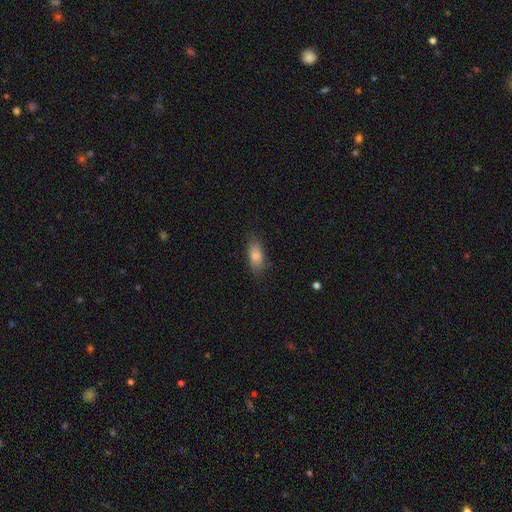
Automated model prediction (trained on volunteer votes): Overall: smooth (84%). How rounded: in between (86%). Merging: none (76%).